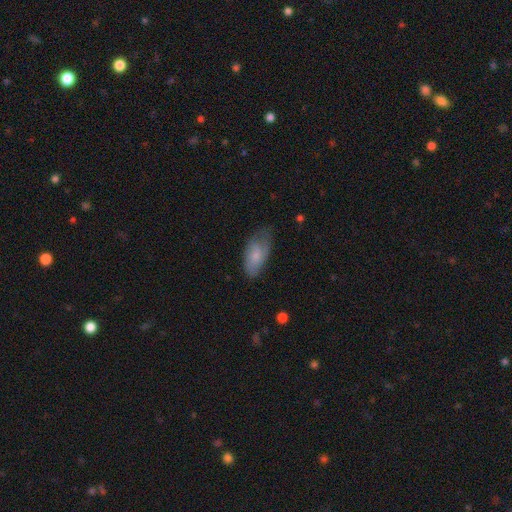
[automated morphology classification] Smooth or featured? smooth (65%)
How rounded? in between (90%)
Merging? none (53%)